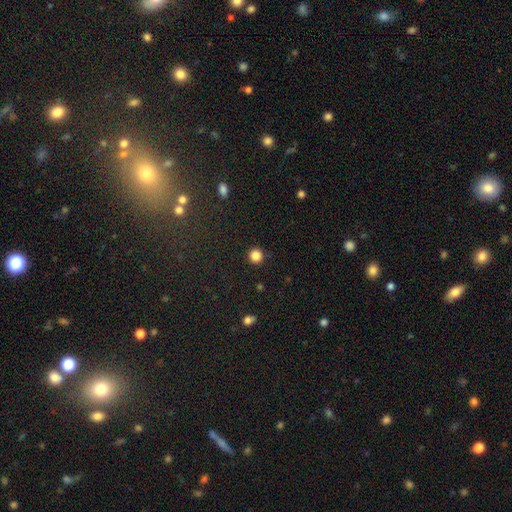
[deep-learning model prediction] Smooth or featured? smooth (85%)
How rounded? round (95%)
Merging? none (92%)